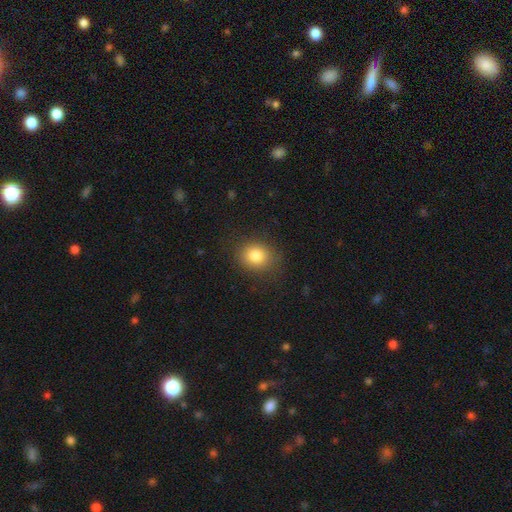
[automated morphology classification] smooth-or-featured: smooth: 82% | star or artifact: 11% | featured or disk: 7%
  how-rounded: round: 68% | in between: 31% | cigar-shaped: 1%
  merging: none: 84% | minor disturbance: 11% | major disturbance: 4% | merger: 1%